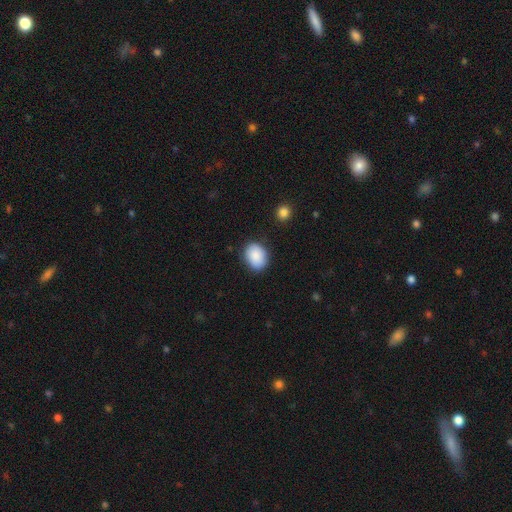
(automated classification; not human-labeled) Smooth or featured? Predicted: smooth (p=0.89). How rounded? Predicted: in between (p=0.66). Merging? Predicted: none (p=0.82).